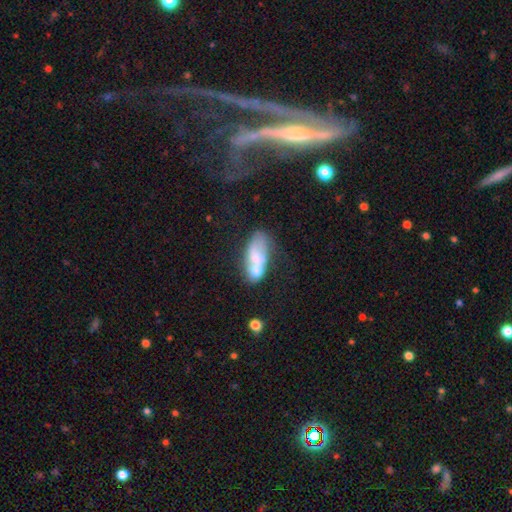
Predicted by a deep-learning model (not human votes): The model was most divided on "smooth or featured": smooth: 57%, featured or disk: 34%, star or artifact: 9%. More confident: how rounded — in between (83%); merging — merger (58%).